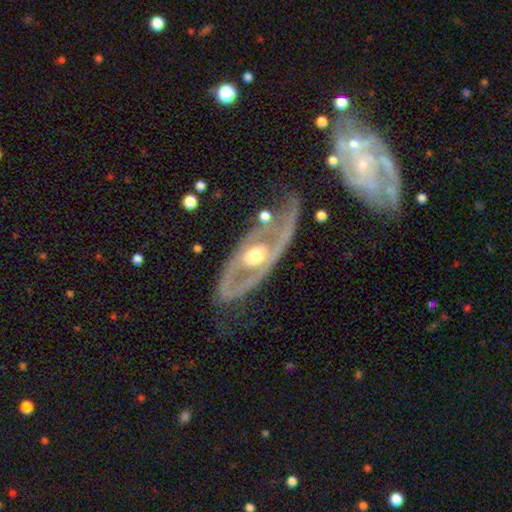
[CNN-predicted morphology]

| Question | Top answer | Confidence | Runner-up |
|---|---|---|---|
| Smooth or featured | featured or disk | 82% | smooth (14%) |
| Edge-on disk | no | 84% | yes (16%) |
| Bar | no | 78% | weak (15%) |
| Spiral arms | no | 54% | yes (46%) |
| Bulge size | moderate | 76% | large (13%) |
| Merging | none | 62% | minor disturbance (19%) |